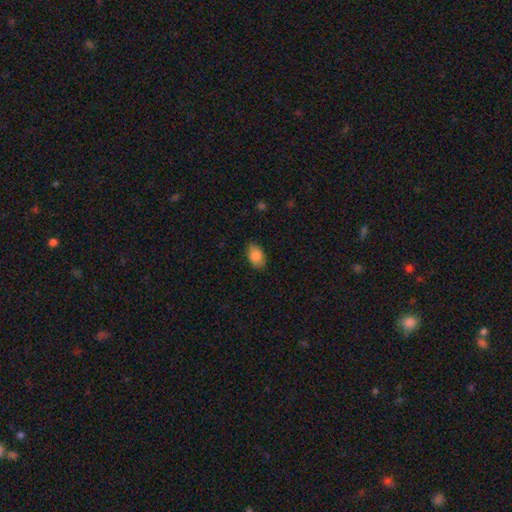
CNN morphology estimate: Smooth or featured? Predicted: smooth (p=0.86). How rounded? Predicted: in between (p=0.91). Merging? Predicted: none (p=0.85).